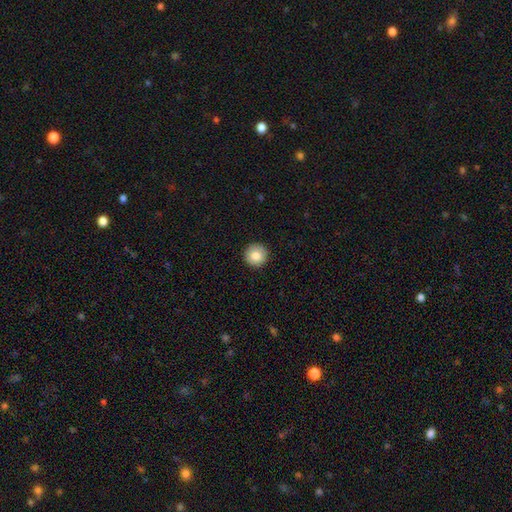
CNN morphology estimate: smooth 83%, featured or disk 9%, star or artifact 8%. Down the decision tree: how rounded — round (96%); merging — none (92%).